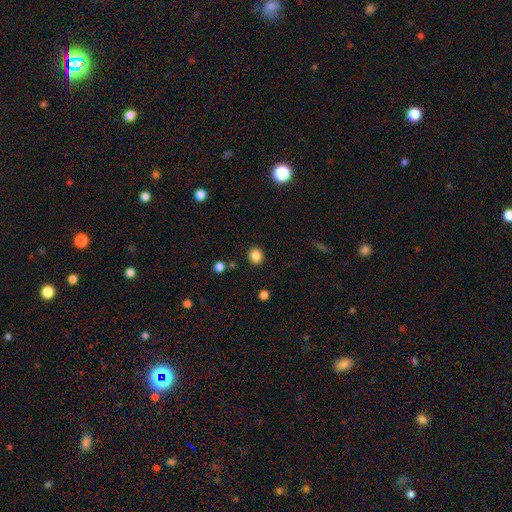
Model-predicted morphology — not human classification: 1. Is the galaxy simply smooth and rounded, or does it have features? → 85% smooth, 11% star or artifact, 4% featured or disk.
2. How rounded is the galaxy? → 72% round, 27% in between, 1% cigar-shaped.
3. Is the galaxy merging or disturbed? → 89% none, 7% minor disturbance, 2% major disturbance, 2% merger.